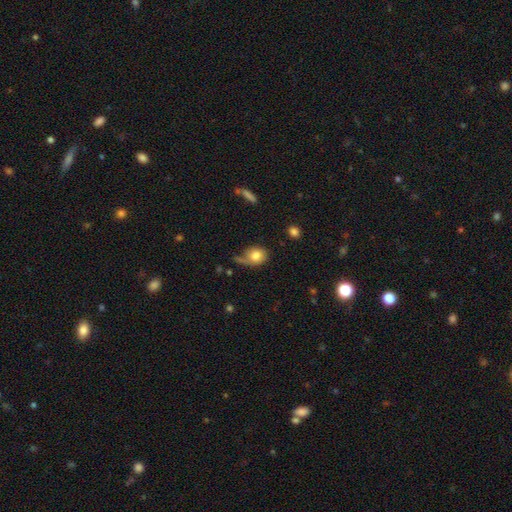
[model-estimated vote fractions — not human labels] Smooth or featured?
  - smooth: 77% *
  - featured or disk: 15%
  - star or artifact: 9%
How rounded?
  - round: 58% *
  - in between: 41%
  - cigar-shaped: 1%
Merging?
  - none: 46% *
  - minor disturbance: 26%
  - major disturbance: 20%
  - merger: 8%